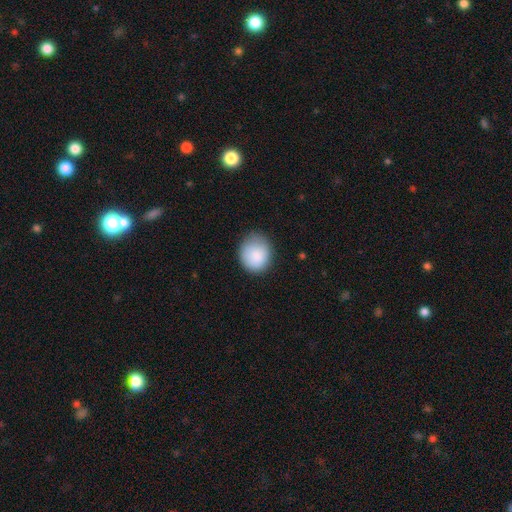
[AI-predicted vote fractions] The model was most divided on "how rounded": round: 69%, in between: 30%, cigar-shaped: 1%. More confident: smooth or featured — smooth (87%); merging — none (75%).